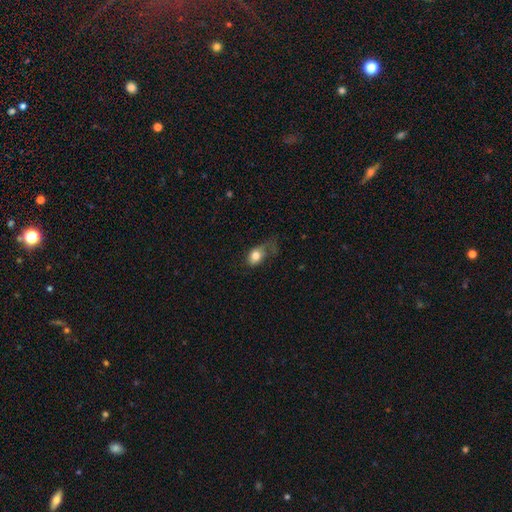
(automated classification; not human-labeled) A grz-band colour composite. It shows a smooth galaxy with no disk features (77%) that is in between round and cigar-shaped (74%). Merging: major disturbance (42%).